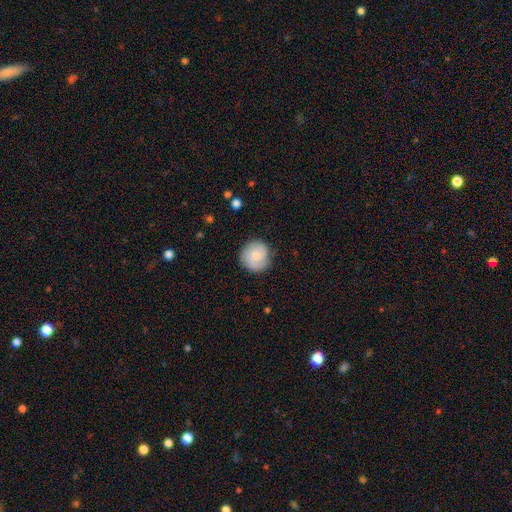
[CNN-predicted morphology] smooth_or_featured: smooth (p=0.63) [alt: featured or disk p=0.30]
how_rounded: round (p=0.93) [alt: in between p=0.06]
merging: none (p=0.78) [alt: minor disturbance p=0.16]